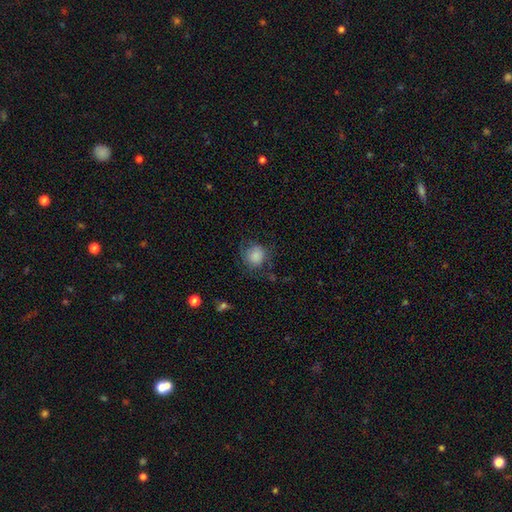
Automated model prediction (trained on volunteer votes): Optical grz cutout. It shows a smooth galaxy with no disk features (75%) that is round (81%). Merging: none (57%).